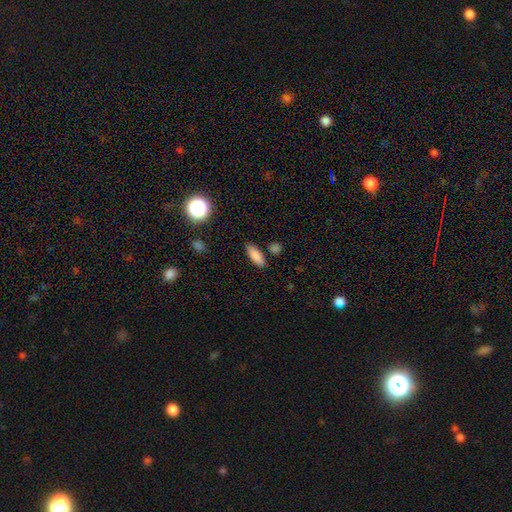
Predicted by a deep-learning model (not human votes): Morphology: type=smooth (85%); roundness=in between (71%); merging=none (83%).